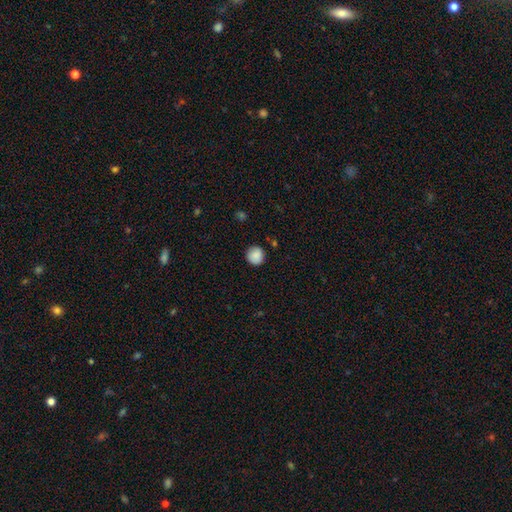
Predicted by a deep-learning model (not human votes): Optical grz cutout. It shows a smooth galaxy with no disk features (87%) that is round (92%). Merging: none (88%).